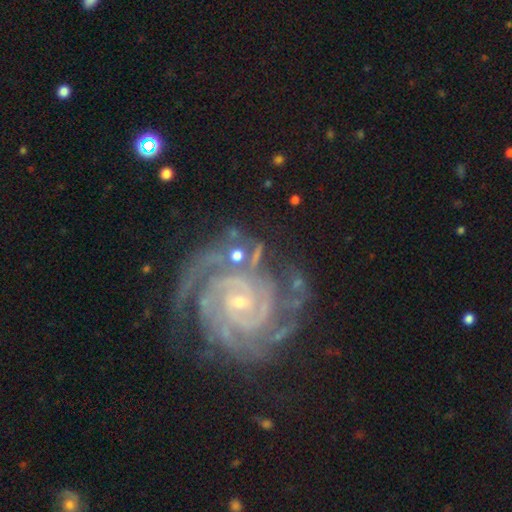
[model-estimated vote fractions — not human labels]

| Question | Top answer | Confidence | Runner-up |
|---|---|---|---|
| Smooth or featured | featured or disk | 89% | star or artifact (6%) |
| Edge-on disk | no | 98% | yes (2%) |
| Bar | no | 51% | weak (34%) |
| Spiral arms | yes | 98% | no (2%) |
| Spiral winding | tight | 77% | medium (20%) |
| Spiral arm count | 2 | 29% | 3 (23%) |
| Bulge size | small | 71% | moderate (25%) |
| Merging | none | 69% | minor disturbance (17%) |